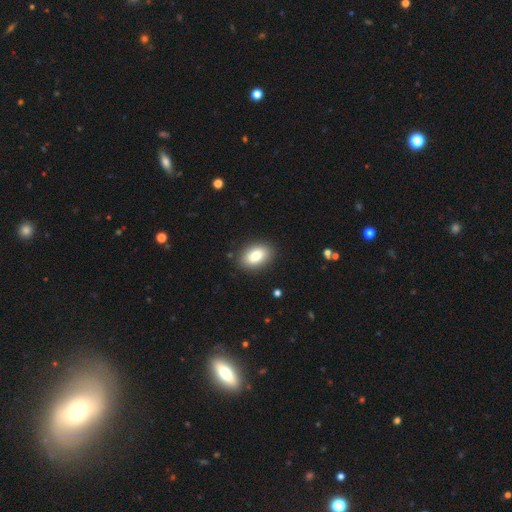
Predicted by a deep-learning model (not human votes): This is clearly a smooth galaxy (82%). How rounded: clearly in between (88%). Merging: clearly none (88%).